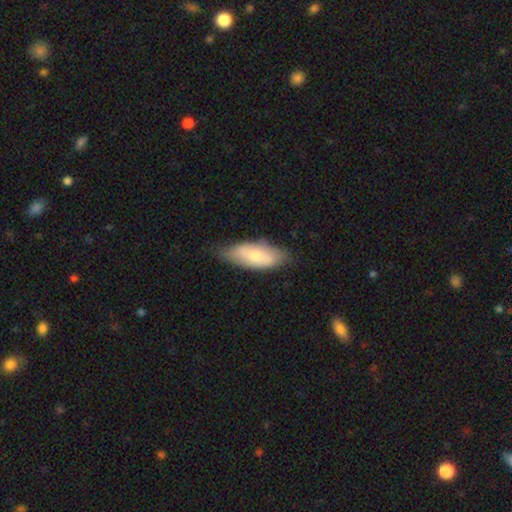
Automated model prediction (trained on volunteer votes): Smooth or featured?
  - smooth: 67% *
  - featured or disk: 28%
  - star or artifact: 6%
How rounded?
  - in between: 82% *
  - cigar-shaped: 16%
  - round: 2%
Merging?
  - none: 67% *
  - minor disturbance: 26%
  - major disturbance: 5%
  - merger: 1%